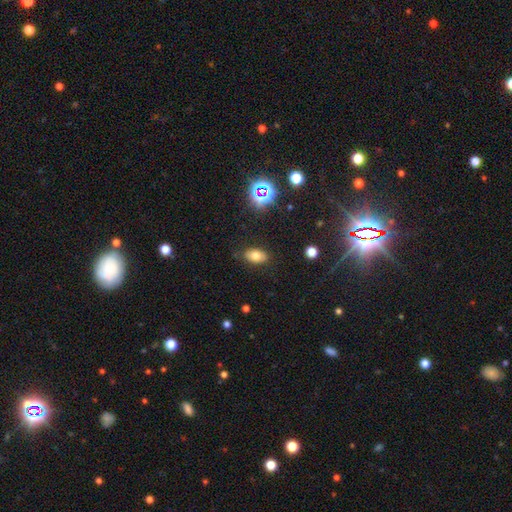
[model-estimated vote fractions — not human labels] smooth_or_featured: smooth (p=0.73) [alt: star or artifact p=0.14]
how_rounded: in between (p=0.89) [alt: round p=0.09]
merging: none (p=0.84) [alt: minor disturbance p=0.12]